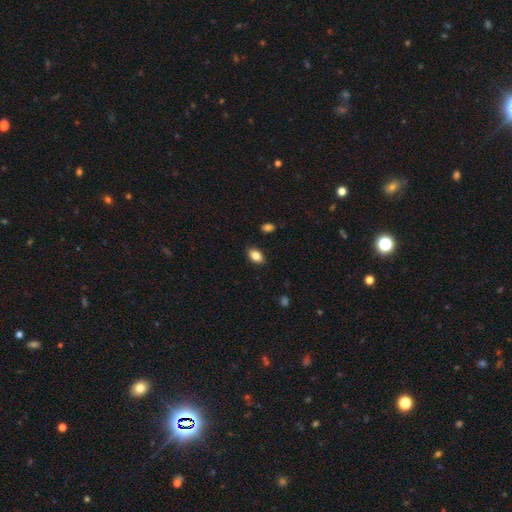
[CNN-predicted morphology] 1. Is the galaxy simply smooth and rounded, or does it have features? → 85% smooth, 8% star or artifact, 7% featured or disk.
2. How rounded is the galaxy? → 89% in between, 9% round, 3% cigar-shaped.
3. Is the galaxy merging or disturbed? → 85% none, 11% minor disturbance, 2% major disturbance, 1% merger.